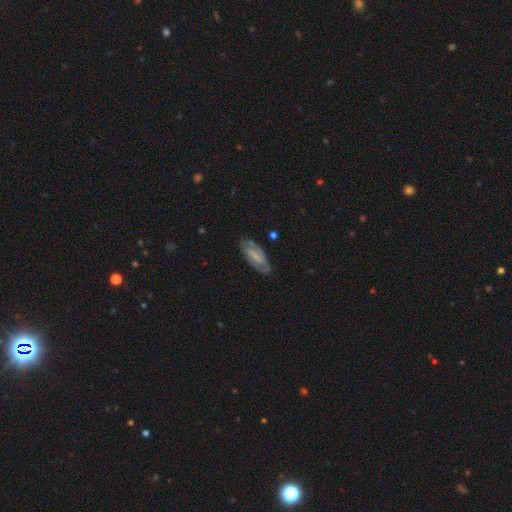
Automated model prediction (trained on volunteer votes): A featured or disk galaxy (61%) with a weak bar (45%), spiral arms (77%) and a small central bulge (49%). Merging: none (78%).